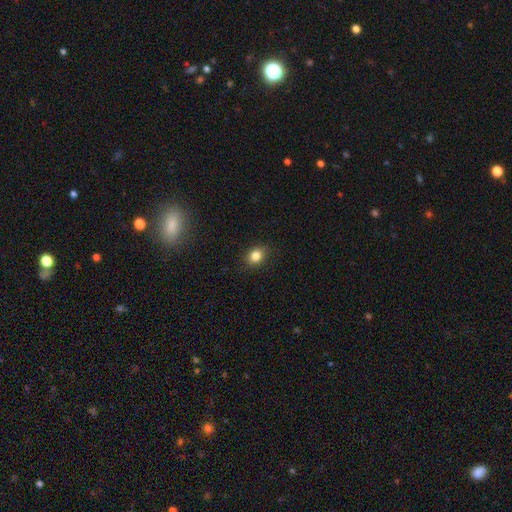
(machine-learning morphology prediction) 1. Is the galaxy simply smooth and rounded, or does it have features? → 82% smooth, 11% star or artifact, 6% featured or disk.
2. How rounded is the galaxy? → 53% round, 46% in between, 1% cigar-shaped.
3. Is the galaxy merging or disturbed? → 88% none, 9% minor disturbance, 2% major disturbance, 1% merger.